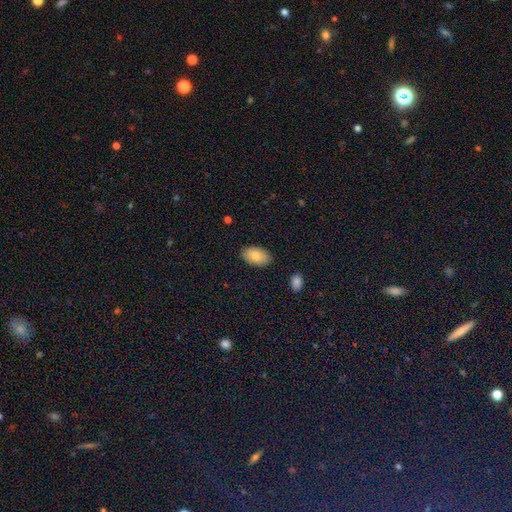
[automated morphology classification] smooth-or-featured: smooth: 80% | featured or disk: 13% | star or artifact: 6%
  how-rounded: in between: 94% | round: 5% | cigar-shaped: 1%
  merging: none: 86% | minor disturbance: 10% | major disturbance: 2% | merger: 1%